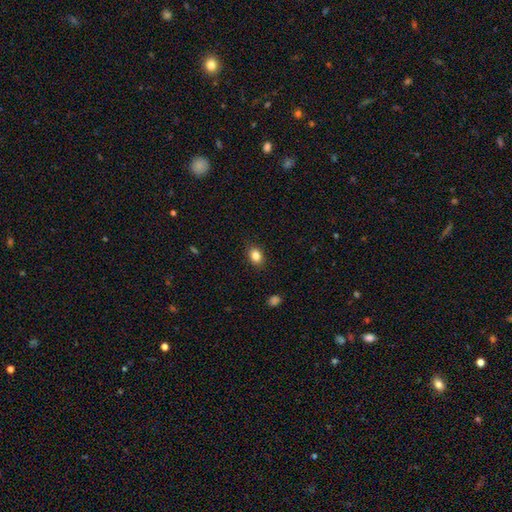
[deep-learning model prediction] This is clearly a smooth galaxy (84%). How rounded: likely in between (64%). Merging: clearly none (88%).